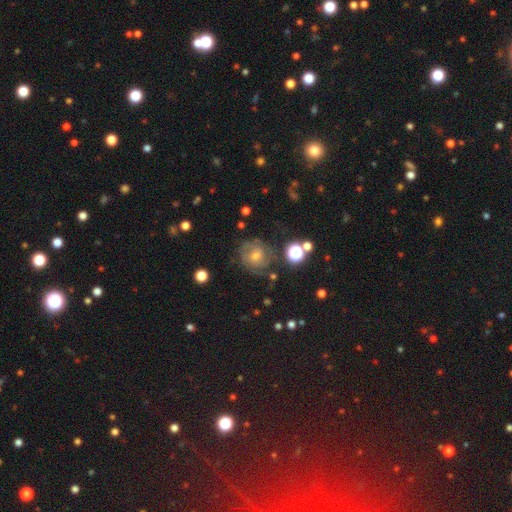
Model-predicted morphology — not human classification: smooth-or-featured: featured or disk: 60% | smooth: 23% | star or artifact: 17%
  disk-edge-on: no: 97% | yes: 3%
    bar: no: 69% | weak: 26% | strong: 5%
    has-spiral-arms: yes: 89% | no: 11%
      spiral-winding: tight: 63% | medium: 29% | loose: 8%
      spiral-arm-count: can't tell: 38% | 2: 32% | 3: 15% | 4: 5% | 1: 5% | more than 4: 4%
    bulge-size: moderate: 51% | small: 42% | large: 4% | none: 2% | dominant: 1%
  merging: none: 75% | minor disturbance: 15% | major disturbance: 8% | merger: 3%